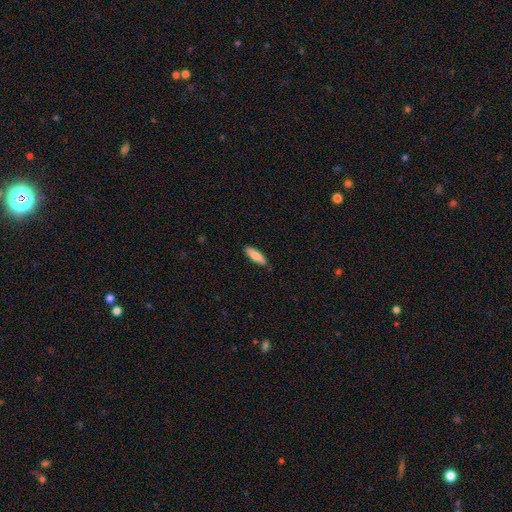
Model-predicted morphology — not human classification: smooth-or-featured: smooth: 80% | featured or disk: 14% | star or artifact: 6%
  how-rounded: cigar-shaped: 50% | in between: 48% | round: 2%
  merging: none: 86% | minor disturbance: 11% | major disturbance: 2% | merger: 1%